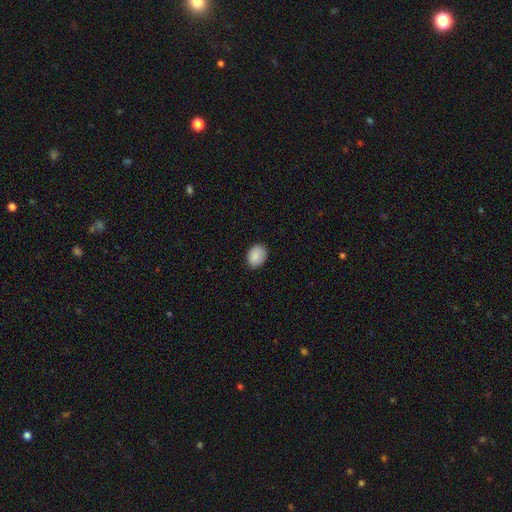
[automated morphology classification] Smooth or featured?
  - smooth: 88% *
  - star or artifact: 7%
  - featured or disk: 5%
How rounded?
  - in between: 60% *
  - round: 39%
  - cigar-shaped: 1%
Merging?
  - none: 84% *
  - minor disturbance: 13%
  - major disturbance: 2%
  - merger: 1%